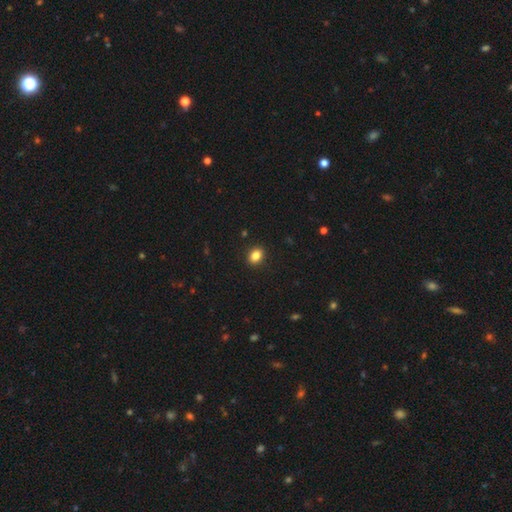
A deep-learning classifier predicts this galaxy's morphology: A smooth galaxy with no disk features (85%) that is in between round and cigar-shaped (60%).

Vote fractions:
- Smooth or featured? smooth: 85% / star or artifact: 10% / featured or disk: 5%
- How rounded? in between: 60% / round: 38% / cigar-shaped: 1%
- Merging? none: 91% / minor disturbance: 6% / major disturbance: 2% / merger: 1%